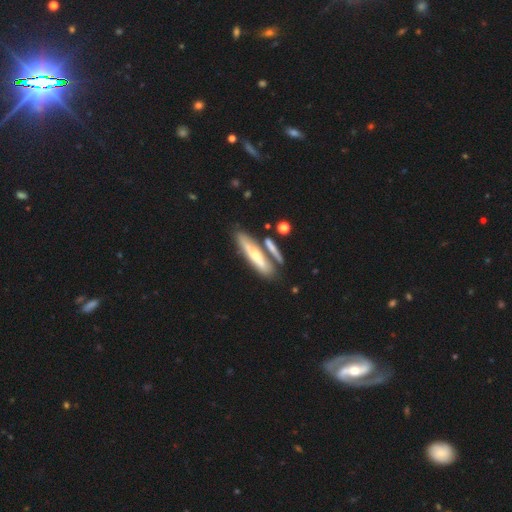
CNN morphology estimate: This is possibly a smooth galaxy (48%). Merging: possibly none (55%).